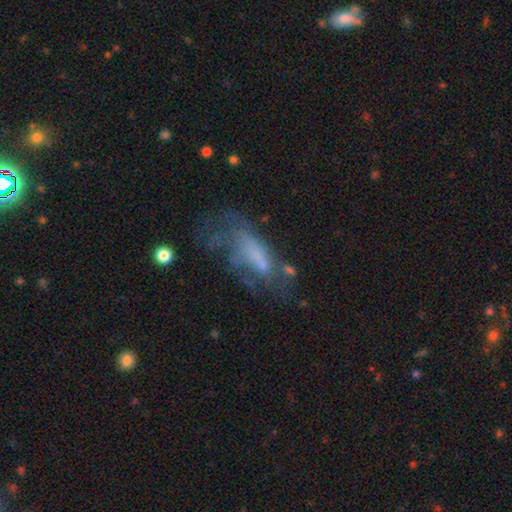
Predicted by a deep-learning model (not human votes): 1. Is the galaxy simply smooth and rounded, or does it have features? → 49% featured or disk, 38% smooth, 14% star or artifact.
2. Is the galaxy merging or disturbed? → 38% major disturbance, 34% none, 21% minor disturbance, 8% merger.